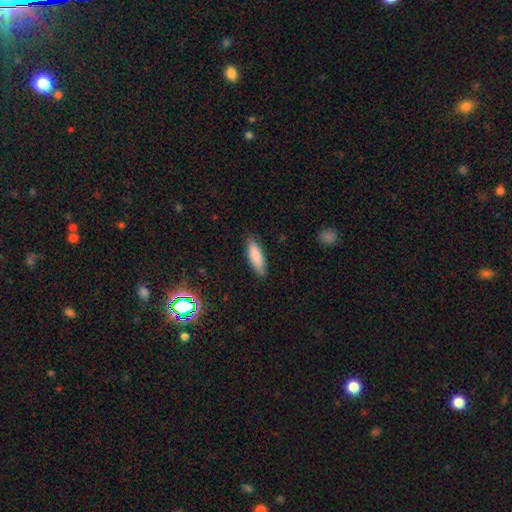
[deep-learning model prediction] Smooth or featured? smooth (86%)
How rounded? in between (53%)
Merging? none (84%)